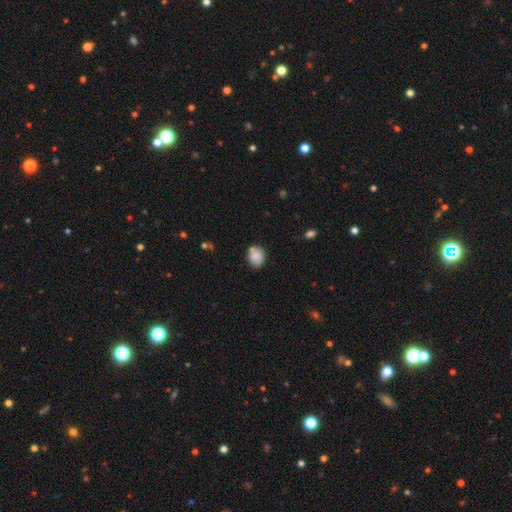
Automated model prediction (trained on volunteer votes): Morphology: type=smooth (80%); roundness=round (52%); merging=none (61%).